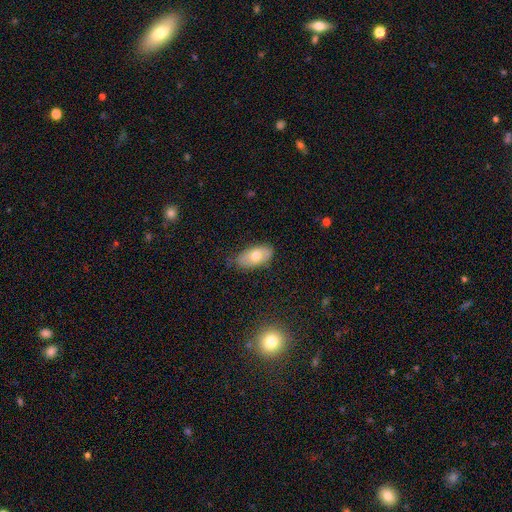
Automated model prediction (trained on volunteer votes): Smooth or featured? Predicted: smooth (p=0.70). How rounded? Predicted: in between (p=0.92). Merging? Predicted: none (p=0.75).